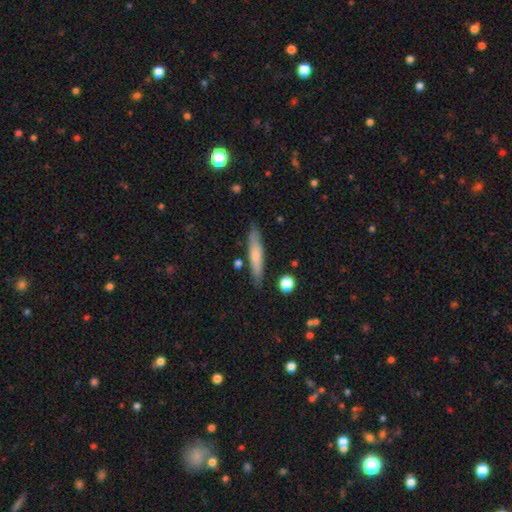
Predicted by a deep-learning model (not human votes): Smooth or featured? smooth (61%)
How rounded? cigar-shaped (87%)
Merging? none (84%)